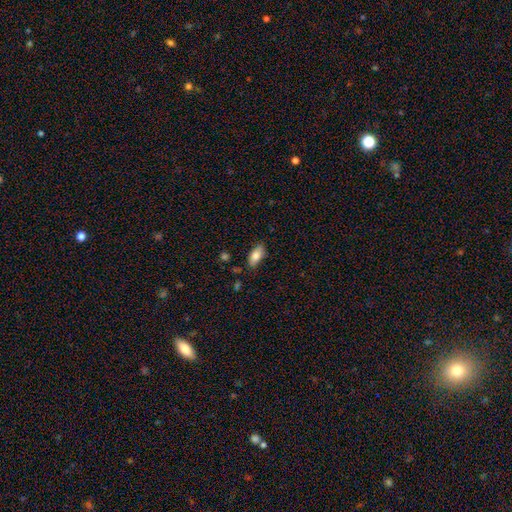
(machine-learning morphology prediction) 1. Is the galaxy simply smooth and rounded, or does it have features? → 81% smooth, 12% featured or disk, 7% star or artifact.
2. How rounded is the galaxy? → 87% in between, 10% cigar-shaped, 3% round.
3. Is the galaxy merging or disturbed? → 82% none, 13% minor disturbance, 3% major disturbance, 2% merger.